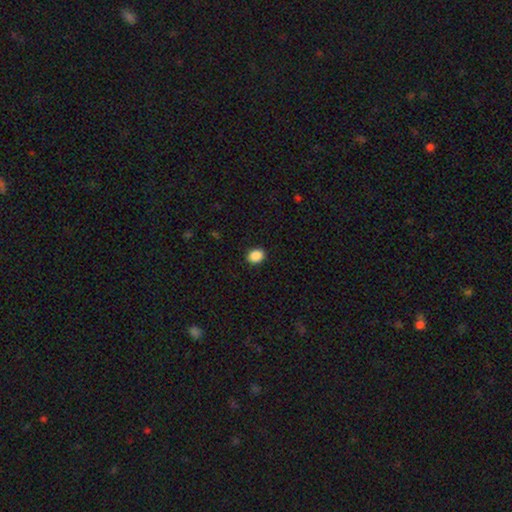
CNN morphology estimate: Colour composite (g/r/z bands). It shows a smooth galaxy with no disk features (89%) that is round (50%). Merging: none (91%).